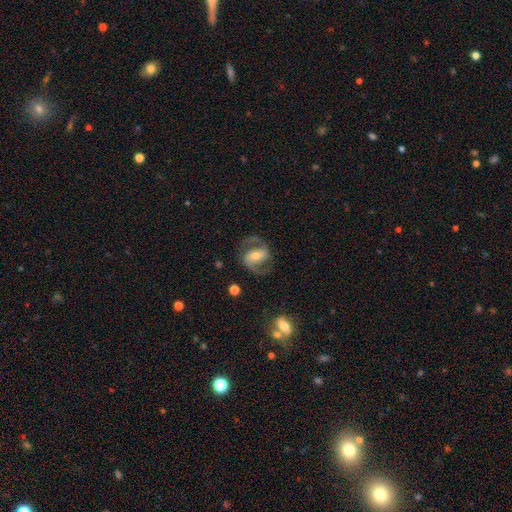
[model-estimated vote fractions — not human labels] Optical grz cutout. It shows a featured or disk galaxy (87%) with a strong bar (39%), 2 (93%) medium (60%) spiral arms (96%) and a moderate central bulge (56%). Merging: none (79%).